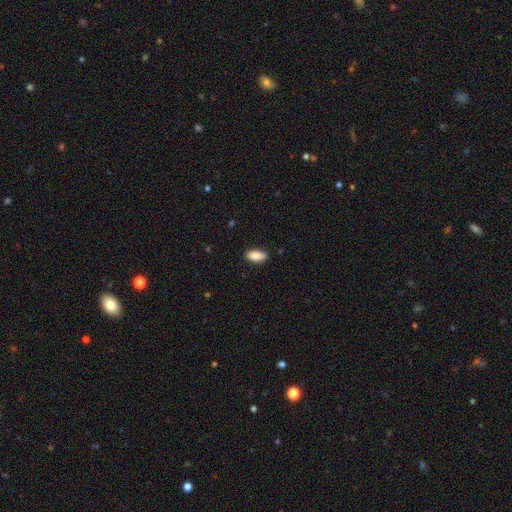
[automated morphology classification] Overall: smooth (89%). How rounded: in between (89%). Merging: none (87%).